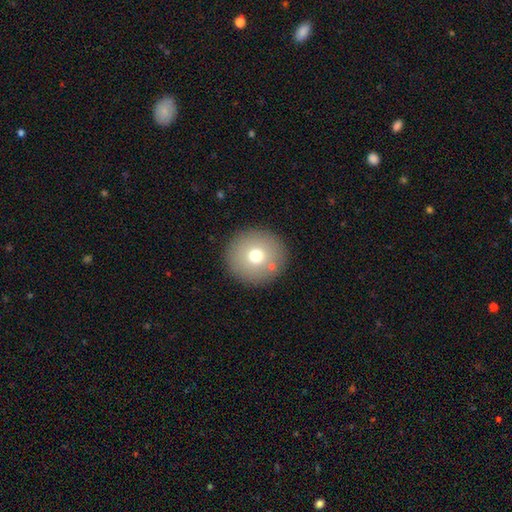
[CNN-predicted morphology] Smooth or featured?
  - smooth: 72% *
  - featured or disk: 17%
  - star or artifact: 11%
How rounded?
  - round: 94% *
  - in between: 5%
  - cigar-shaped: 1%
Merging?
  - none: 88% *
  - minor disturbance: 6%
  - merger: 3%
  - major disturbance: 3%